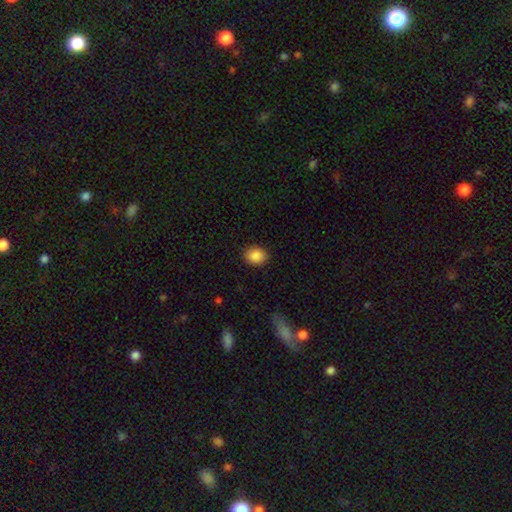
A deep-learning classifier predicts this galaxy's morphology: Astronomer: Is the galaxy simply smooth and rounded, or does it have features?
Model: smooth — 87%.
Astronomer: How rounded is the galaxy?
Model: round — 56% (runner-up: in between, 43%).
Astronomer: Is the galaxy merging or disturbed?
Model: none — 89%.